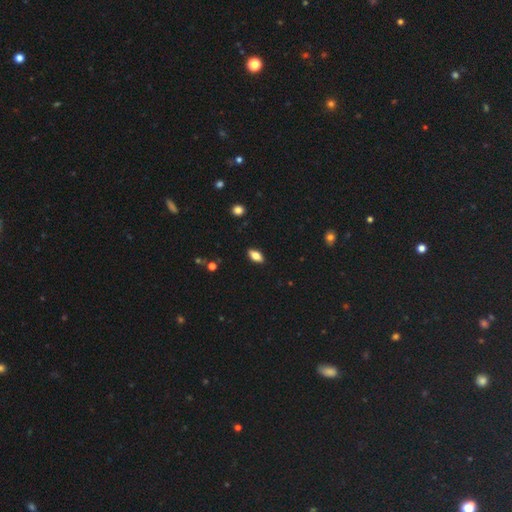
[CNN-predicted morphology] A smooth galaxy with no disk features (78%) that is in between round and cigar-shaped (88%). Merging: none (88%).